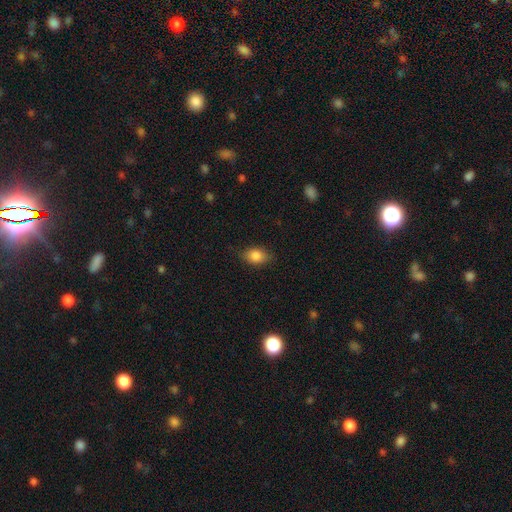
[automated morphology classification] This is clearly a smooth galaxy (83%). How rounded: likely in between (77%). Merging: likely none (79%).